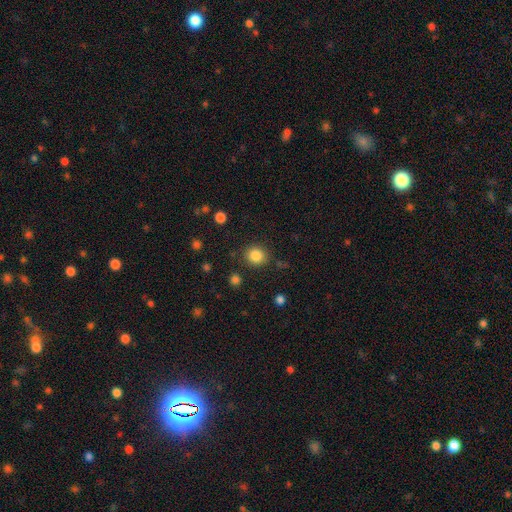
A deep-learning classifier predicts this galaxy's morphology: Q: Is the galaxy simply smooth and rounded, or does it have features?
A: smooth — 85%.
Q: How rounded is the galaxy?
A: round — 85%.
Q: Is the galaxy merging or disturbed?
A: none — 86%.